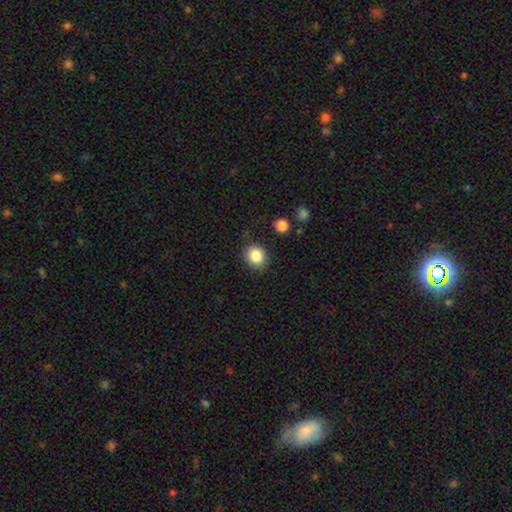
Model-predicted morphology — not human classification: type=smooth (85%); roundness=round (69%); merging=none (83%).